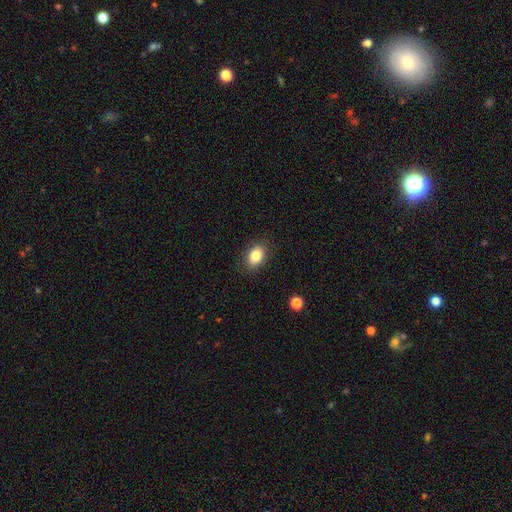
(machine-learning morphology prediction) Overall: smooth (84%). How rounded: in between (80%). Merging: none (87%).